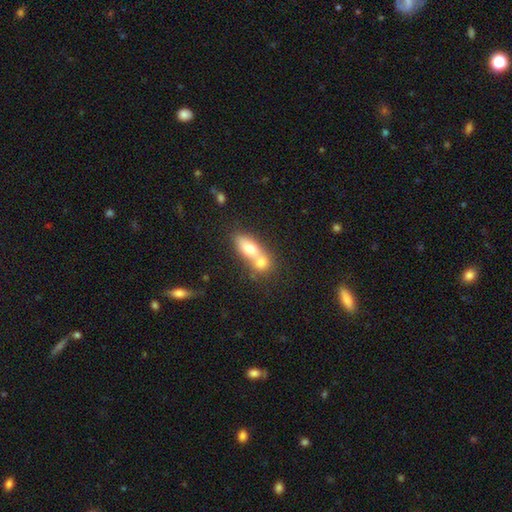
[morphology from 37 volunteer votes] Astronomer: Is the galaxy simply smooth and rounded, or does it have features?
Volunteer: smooth — 68%.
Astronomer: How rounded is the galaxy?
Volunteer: in between — 48% (runner-up: cigar-shaped, 28%).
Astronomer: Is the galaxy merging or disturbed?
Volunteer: merger — 70%.